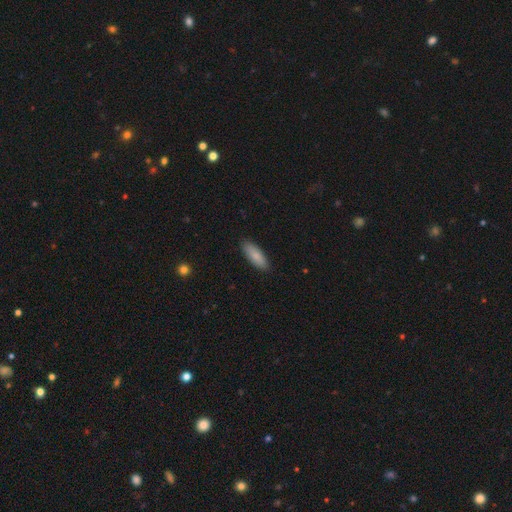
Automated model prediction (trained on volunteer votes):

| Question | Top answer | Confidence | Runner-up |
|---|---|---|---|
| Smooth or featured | smooth | 86% | featured or disk (9%) |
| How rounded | in between | 69% | cigar-shaped (29%) |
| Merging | none | 88% | minor disturbance (9%) |